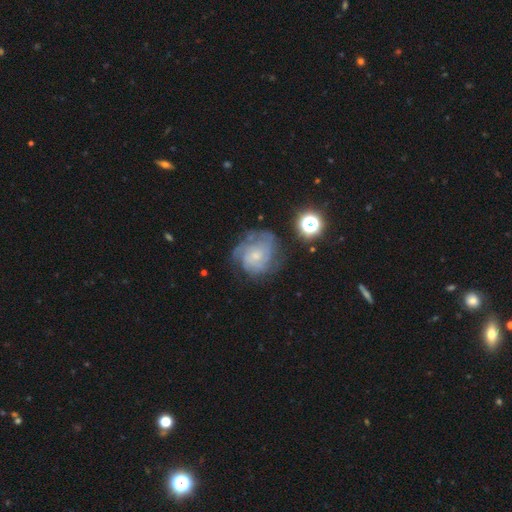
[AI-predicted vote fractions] Smooth or featured? Predicted: featured or disk (p=0.74). Edge-on disk? Predicted: no (p=0.98). Bar? Predicted: no (p=0.73). Spiral arms? Predicted: yes (p=0.90). Spiral winding? Predicted: tight (p=0.57). Spiral arm count? Predicted: can't tell (p=0.41). Bulge size? Predicted: small (p=0.61). Merging? Predicted: none (p=0.60).